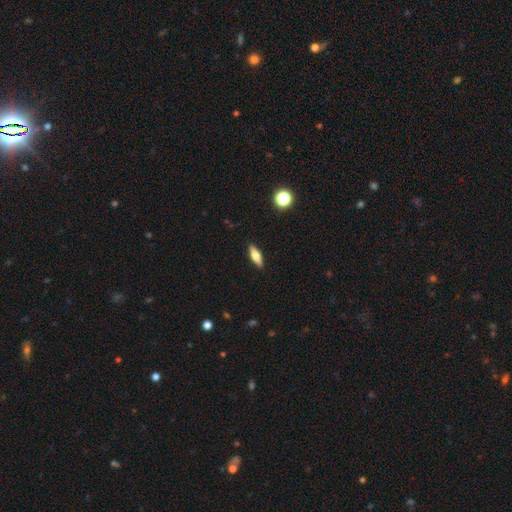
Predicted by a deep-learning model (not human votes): smooth 58%, featured or disk 34%, star or artifact 7%. Down the decision tree: how rounded — cigar-shaped (49%); merging — none (89%).